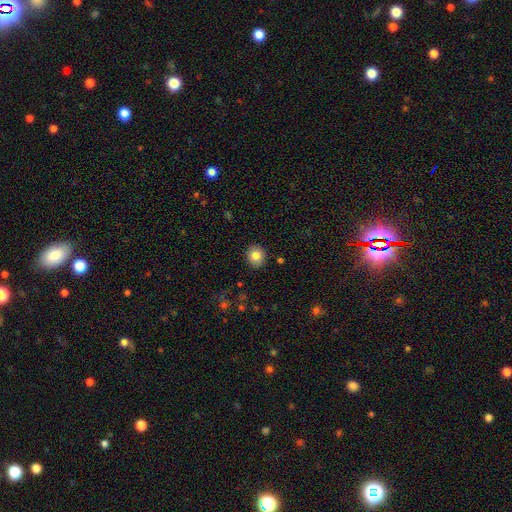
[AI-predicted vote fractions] Smooth or featured: smooth — 82% (star or artifact — 10%)
How rounded: round — 83% (in between — 16%)
Merging: none — 90% (minor disturbance — 7%)